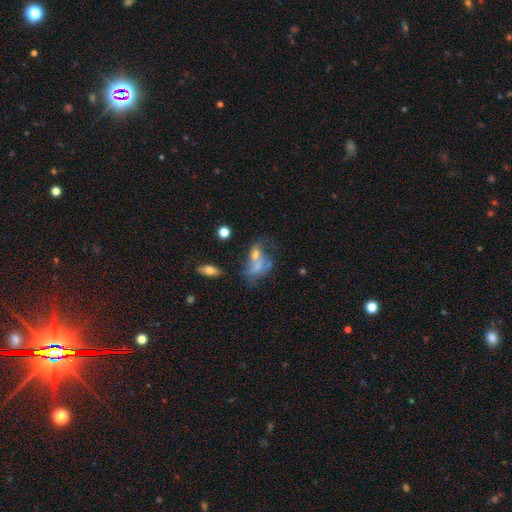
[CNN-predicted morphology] Smooth or featured: featured or disk — 44% (smooth — 38%)
Merging: merger — 36% (none — 26%)